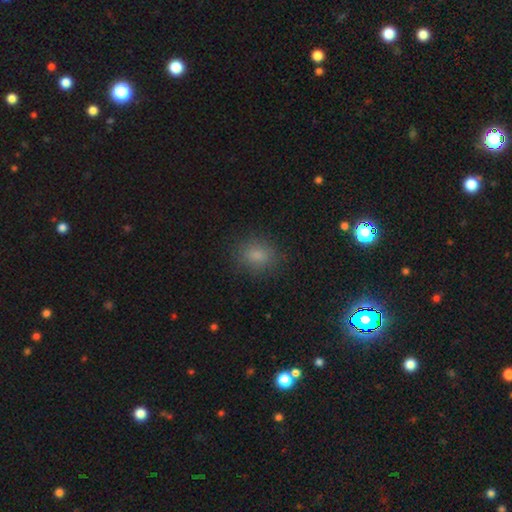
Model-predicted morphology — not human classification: This appears to be a smooth galaxy with no disk features (74%) that is round (62%). Merging: none (87%).